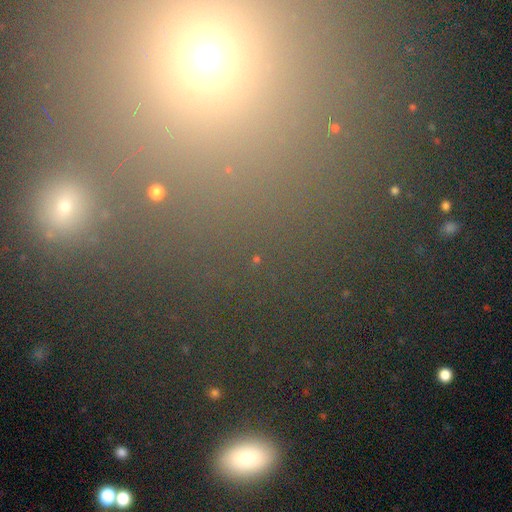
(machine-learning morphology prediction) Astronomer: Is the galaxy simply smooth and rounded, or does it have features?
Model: star or artifact — 47% (runner-up: smooth, 43%).